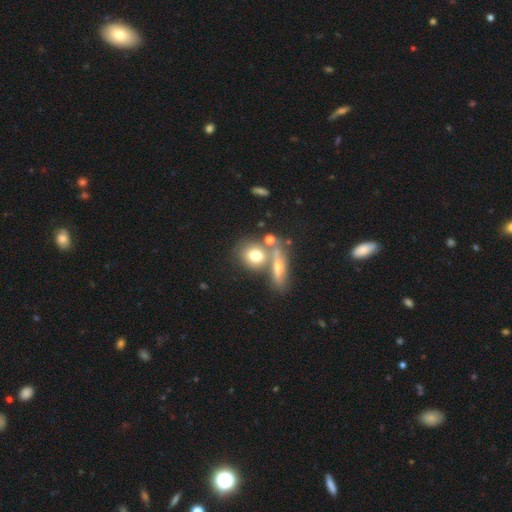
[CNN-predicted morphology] Smooth or featured? smooth (68%)
How rounded? round (65%)
Merging? none (47%)